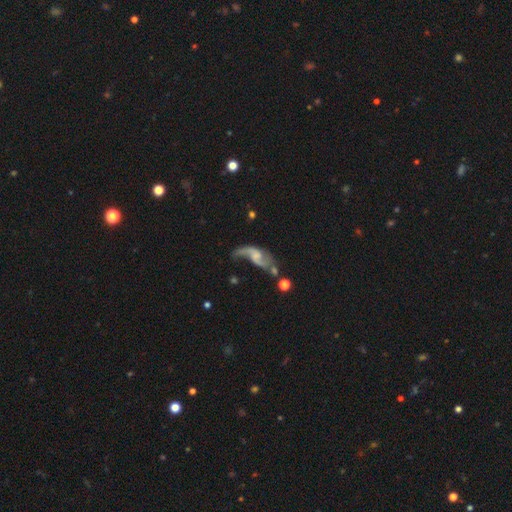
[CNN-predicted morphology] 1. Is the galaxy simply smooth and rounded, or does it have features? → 79% featured or disk, 14% smooth, 7% star or artifact.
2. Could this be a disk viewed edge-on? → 95% no, 5% yes.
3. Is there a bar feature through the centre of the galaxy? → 52% no, 39% weak, 9% strong.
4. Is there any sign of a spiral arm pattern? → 91% yes, 9% no.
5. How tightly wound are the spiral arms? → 82% loose, 15% medium, 4% tight.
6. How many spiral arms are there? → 87% 2, 7% 1, 3% can't tell, 1% 3, 1% 4, 1% more than 4.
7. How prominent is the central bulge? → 40% none, 36% small, 18% moderate, 4% large, 2% dominant.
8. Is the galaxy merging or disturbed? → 40% none, 25% major disturbance, 21% minor disturbance, 14% merger.